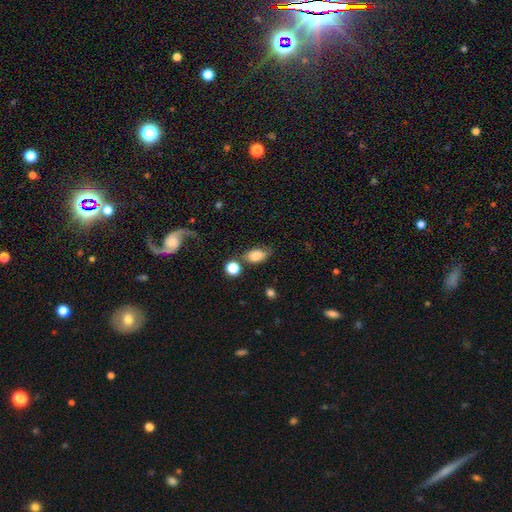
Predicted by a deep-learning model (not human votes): Q: Smooth or featured?
A: smooth (80%); runner-up: featured or disk (10%)
Q: How rounded?
A: in between (86%); runner-up: round (12%)
Q: Merging?
A: none (57%); runner-up: minor disturbance (25%)